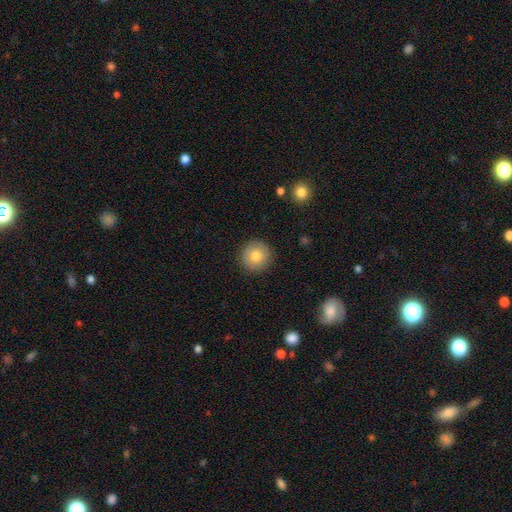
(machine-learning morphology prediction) Smooth or featured? smooth (80%)
How rounded? round (95%)
Merging? none (91%)